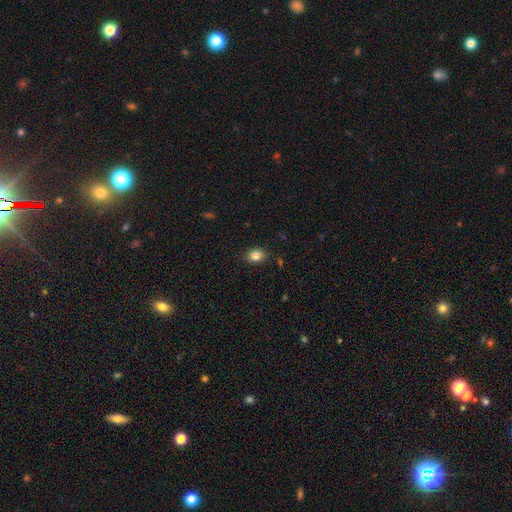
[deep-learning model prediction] A smooth galaxy with no disk features (84%) that is in between round and cigar-shaped (60%). Merging: none (87%).